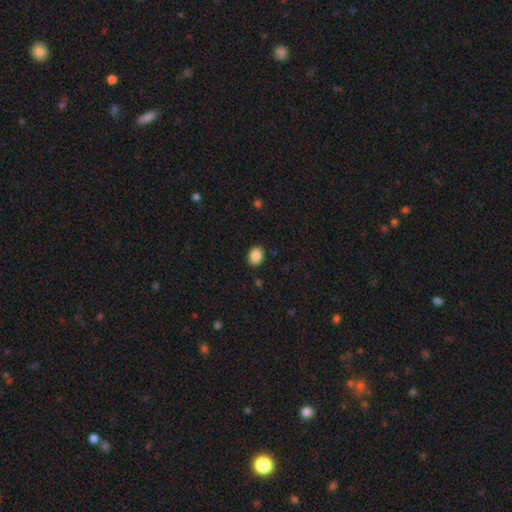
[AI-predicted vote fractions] Q: Smooth or featured?
A: smooth (88%); runner-up: star or artifact (9%)
Q: How rounded?
A: in between (60%); runner-up: round (39%)
Q: Merging?
A: none (88%); runner-up: minor disturbance (9%)